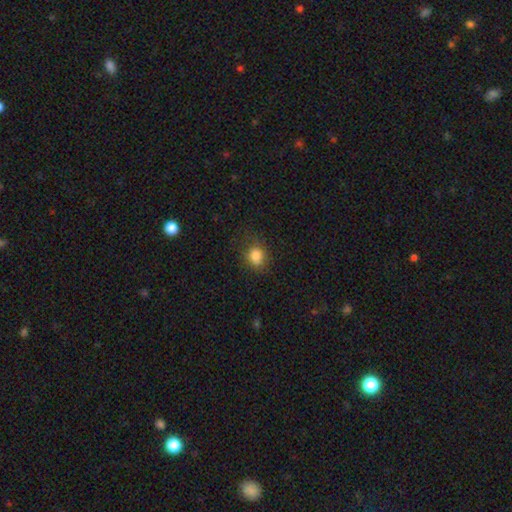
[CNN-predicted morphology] smooth_or_featured: smooth (p=0.83) [alt: star or artifact p=0.11]
how_rounded: round (p=0.58) [alt: in between p=0.41]
merging: none (p=0.75) [alt: minor disturbance p=0.18]